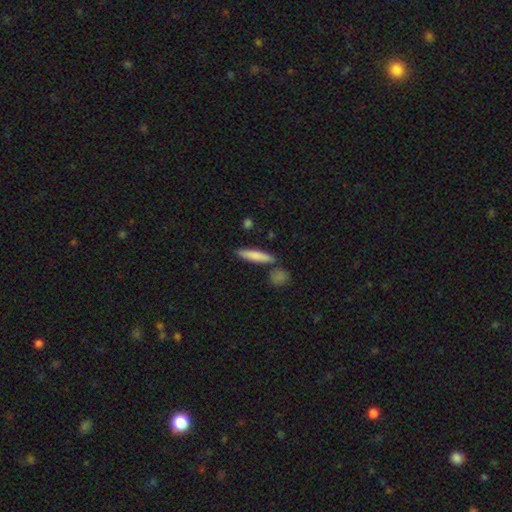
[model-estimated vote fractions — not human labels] This appears to be a smooth galaxy with no disk features (79%) that is cigar-shaped (85%). Merging: none (82%).